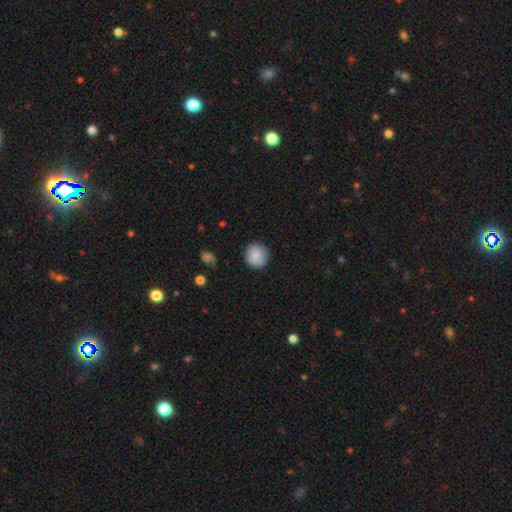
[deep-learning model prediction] This appears to be a smooth galaxy with no disk features (87%) that is round (90%). Merging: none (87%).